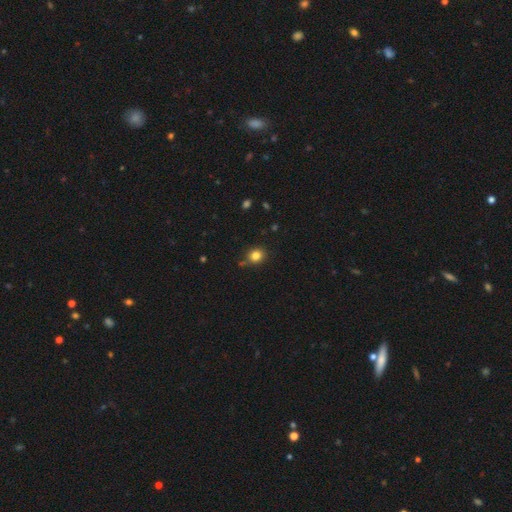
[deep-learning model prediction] Overall: smooth (81%). How rounded: round (78%). Merging: none (77%).